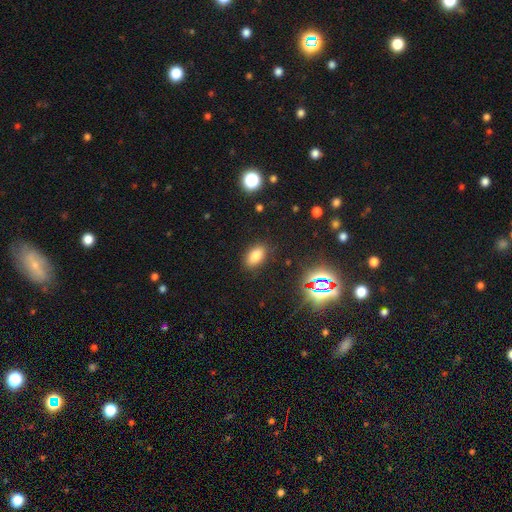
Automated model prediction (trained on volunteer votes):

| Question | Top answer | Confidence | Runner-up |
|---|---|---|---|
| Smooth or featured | smooth | 77% | star or artifact (16%) |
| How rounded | in between | 89% | round (8%) |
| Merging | none | 87% | minor disturbance (9%) |